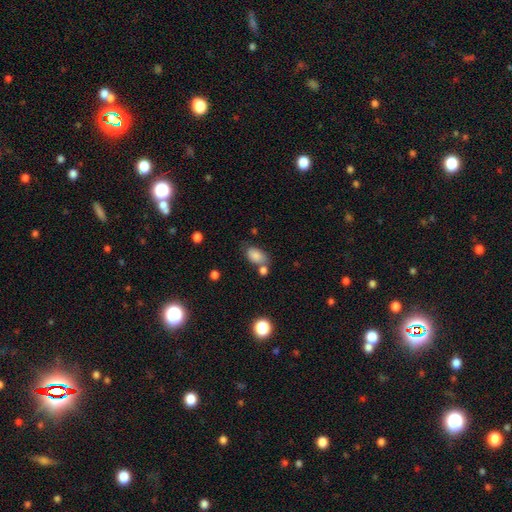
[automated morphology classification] smooth 83%, star or artifact 9%, featured or disk 8%. Down the decision tree: how rounded — in between (88%); merging — none (53%).